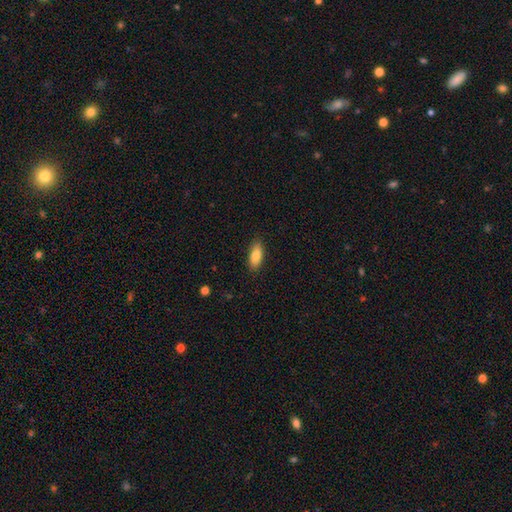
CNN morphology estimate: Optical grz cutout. It shows a smooth galaxy with no disk features (82%) that is in between round and cigar-shaped (80%). Merging: none (87%).